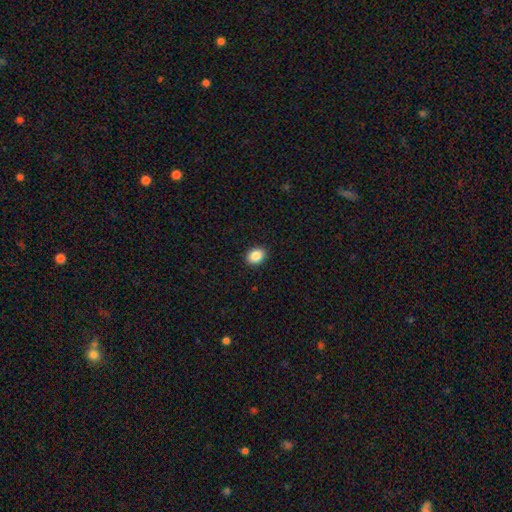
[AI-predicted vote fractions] A smooth galaxy with no disk features (88%) that is in between round and cigar-shaped (58%). Merging: none (91%).